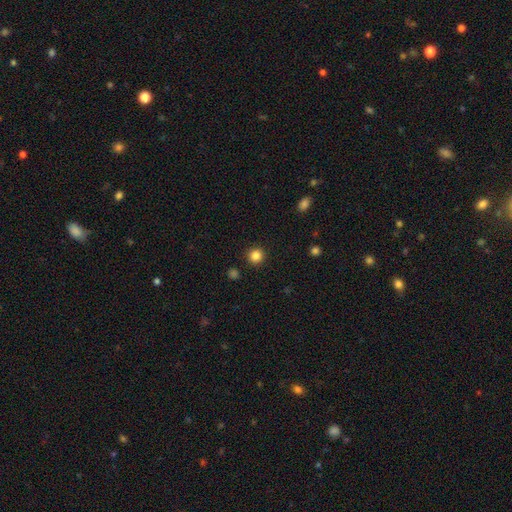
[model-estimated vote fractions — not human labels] Smooth or featured: smooth — 84% (star or artifact — 12%)
How rounded: round — 95% (in between — 4%)
Merging: none — 92% (minor disturbance — 5%)